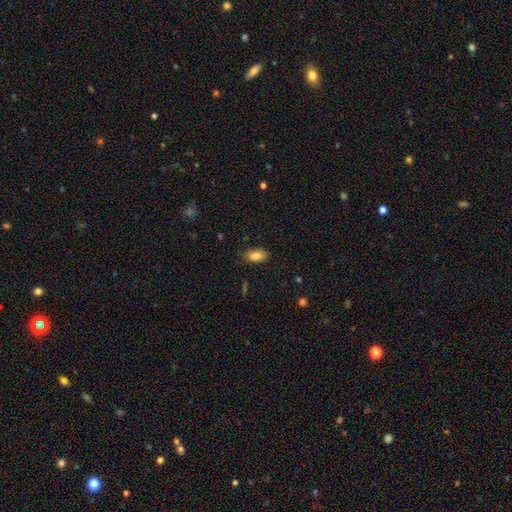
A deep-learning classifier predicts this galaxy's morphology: Overall: smooth (85%). How rounded: in between (91%). Merging: none (83%).